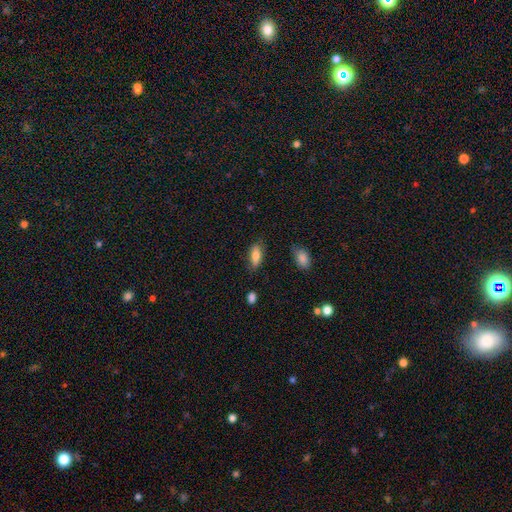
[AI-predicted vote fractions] This is likely a smooth galaxy (77%). How rounded: likely in between (78%). Merging: likely none (76%).